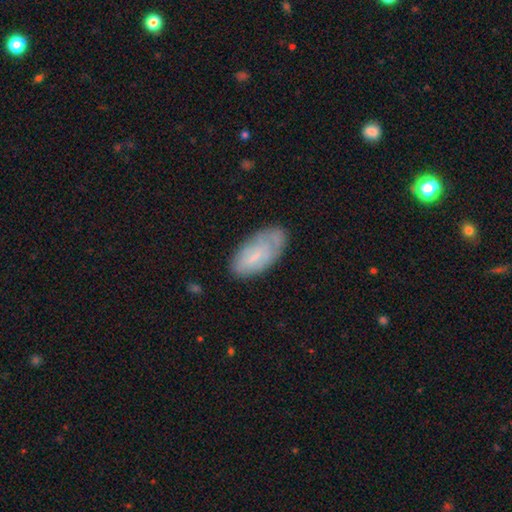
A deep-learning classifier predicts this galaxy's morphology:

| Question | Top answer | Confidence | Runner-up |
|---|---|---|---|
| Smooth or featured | smooth | 58% | featured or disk (35%) |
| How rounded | in between | 91% | cigar-shaped (7%) |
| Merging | none | 61% | minor disturbance (27%) |